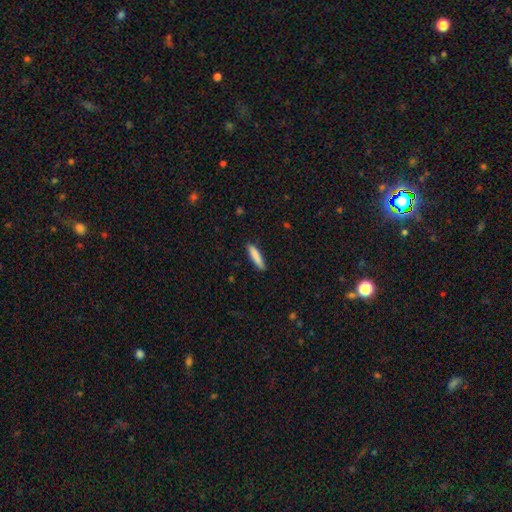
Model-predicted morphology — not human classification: Smooth or featured? smooth (86%)
How rounded? cigar-shaped (82%)
Merging? none (88%)